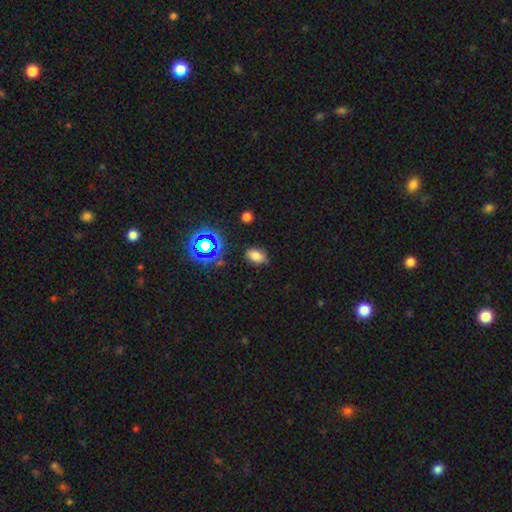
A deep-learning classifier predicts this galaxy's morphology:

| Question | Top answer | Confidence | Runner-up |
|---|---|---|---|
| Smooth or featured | smooth | 73% | star or artifact (20%) |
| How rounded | in between | 87% | round (11%) |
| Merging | none | 80% | minor disturbance (15%) |